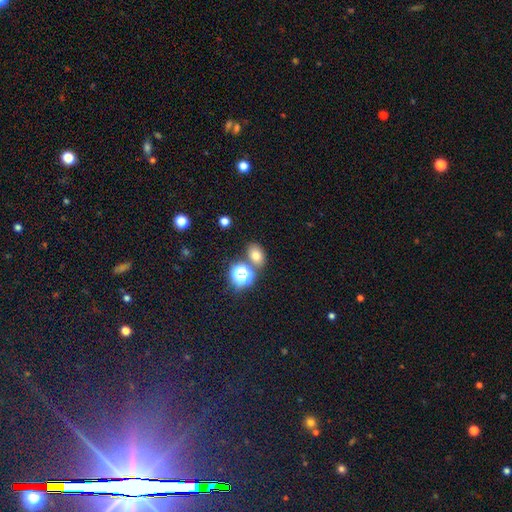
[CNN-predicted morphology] This appears to be a smooth galaxy with no disk features (71%) that is in between round and cigar-shaped (66%). Merging: none (74%).